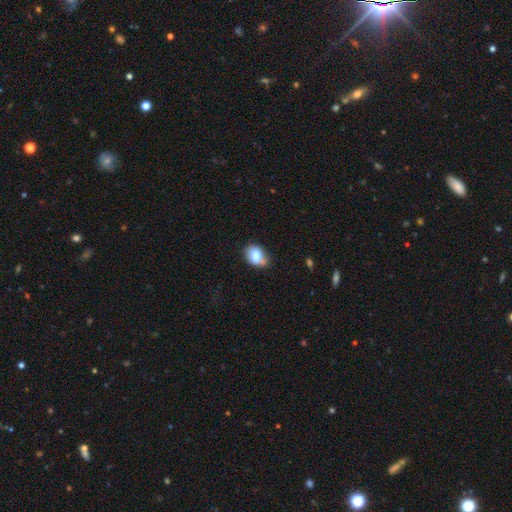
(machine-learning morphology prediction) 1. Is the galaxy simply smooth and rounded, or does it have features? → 77% smooth, 15% featured or disk, 9% star or artifact.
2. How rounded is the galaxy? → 72% in between, 27% round, 1% cigar-shaped.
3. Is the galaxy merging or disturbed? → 51% none, 33% minor disturbance, 8% merger, 8% major disturbance.